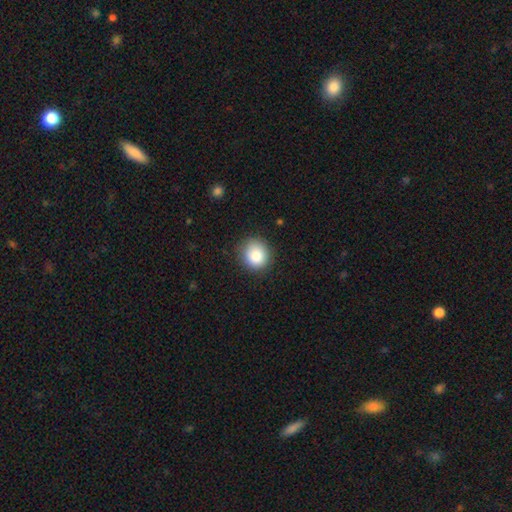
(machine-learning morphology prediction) smooth 85%, star or artifact 9%, featured or disk 6%. Down the decision tree: how rounded — round (87%); merging — none (86%).